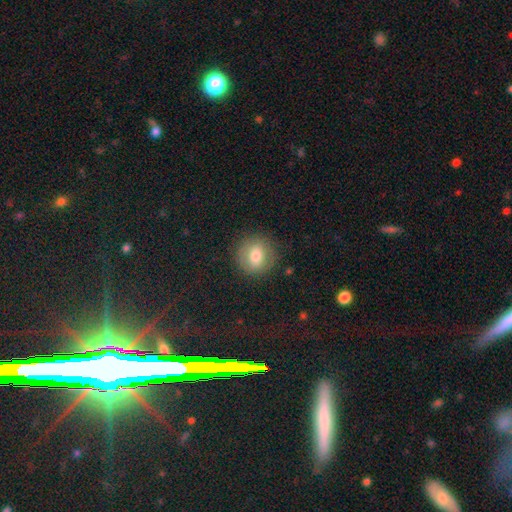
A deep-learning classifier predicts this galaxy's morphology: This is likely a smooth galaxy (72%). How rounded: clearly round (87%). Merging: clearly none (86%).